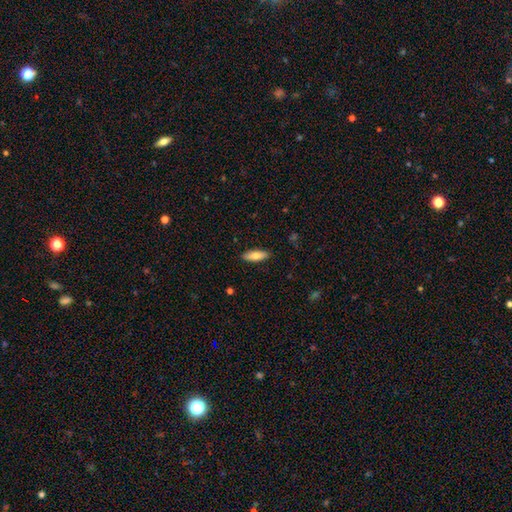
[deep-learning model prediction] smooth 79%, featured or disk 16%, star or artifact 6%. Down the decision tree: how rounded — in between (63%); merging — none (88%).